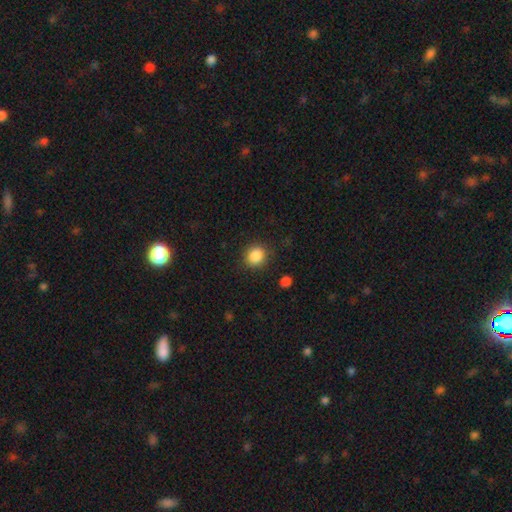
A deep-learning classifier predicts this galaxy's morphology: smooth 87%, star or artifact 10%, featured or disk 4%. Down the decision tree: how rounded — round (80%); merging — none (87%).